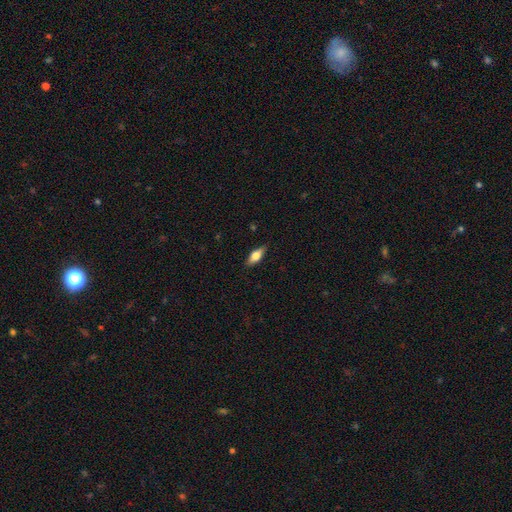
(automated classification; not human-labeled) Smooth or featured: smooth — 64% (featured or disk — 29%)
How rounded: in between — 73% (cigar-shaped — 24%)
Merging: none — 86% (minor disturbance — 11%)